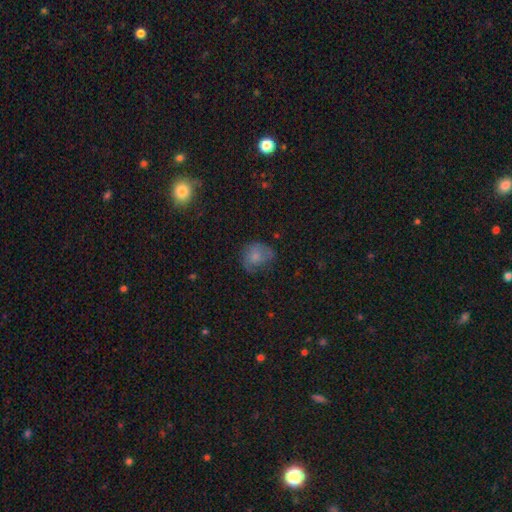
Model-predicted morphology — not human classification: smooth_or_featured: smooth (p=0.67) [alt: featured or disk p=0.21]
how_rounded: round (p=0.64) [alt: in between p=0.35]
merging: none (p=0.51) [alt: minor disturbance p=0.29]